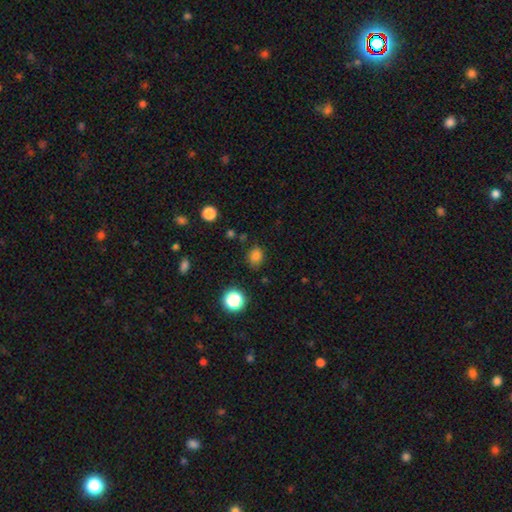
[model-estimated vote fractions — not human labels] smooth 78%, star or artifact 17%, featured or disk 4%. Down the decision tree: how rounded — round (57%); merging — none (78%).